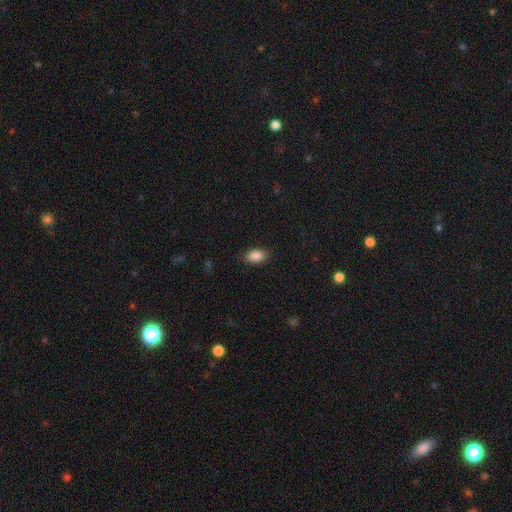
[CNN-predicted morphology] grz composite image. It shows a smooth galaxy with no disk features (88%) that is in between round and cigar-shaped (91%). Merging: none (87%).